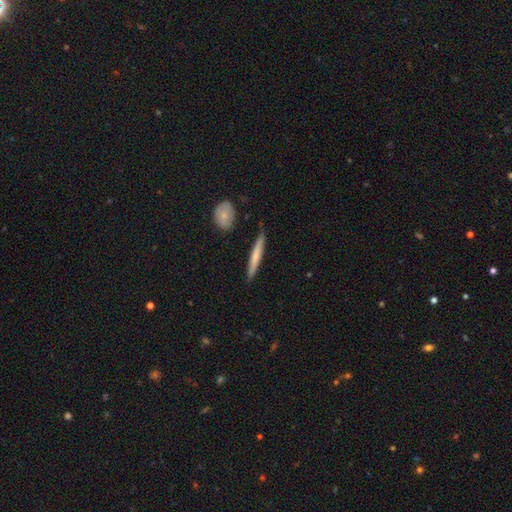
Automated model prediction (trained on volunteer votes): The model was most divided on "smooth or featured": smooth: 58%, featured or disk: 37%, star or artifact: 5%. More confident: how rounded — cigar-shaped (95%); merging — none (86%).